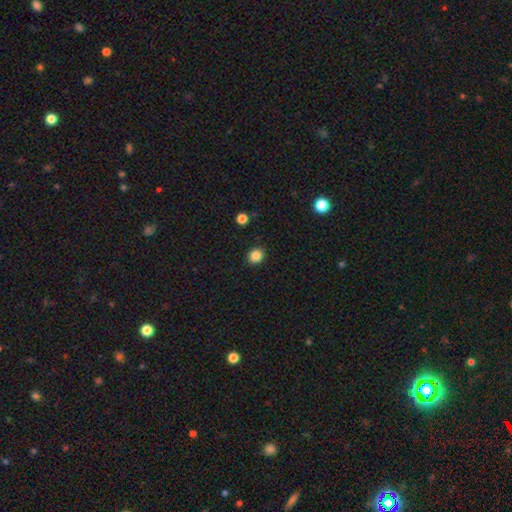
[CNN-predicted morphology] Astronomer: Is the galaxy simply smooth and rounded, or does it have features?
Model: smooth — 85%.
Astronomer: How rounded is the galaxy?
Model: round — 79%.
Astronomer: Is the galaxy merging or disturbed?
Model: none — 92%.